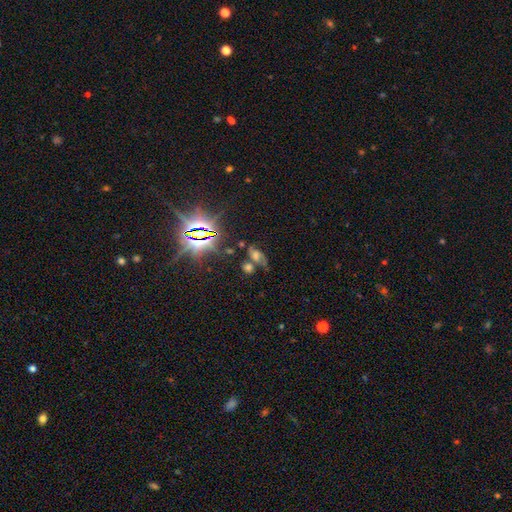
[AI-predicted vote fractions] Overall: star or artifact (42%; featured or disk 35%).